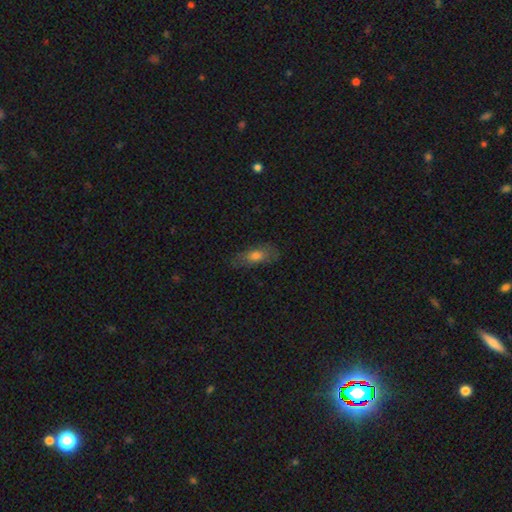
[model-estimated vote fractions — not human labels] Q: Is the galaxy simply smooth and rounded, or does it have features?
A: smooth — 70%.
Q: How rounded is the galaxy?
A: in between — 74%.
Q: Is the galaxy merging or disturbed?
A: none — 75%.